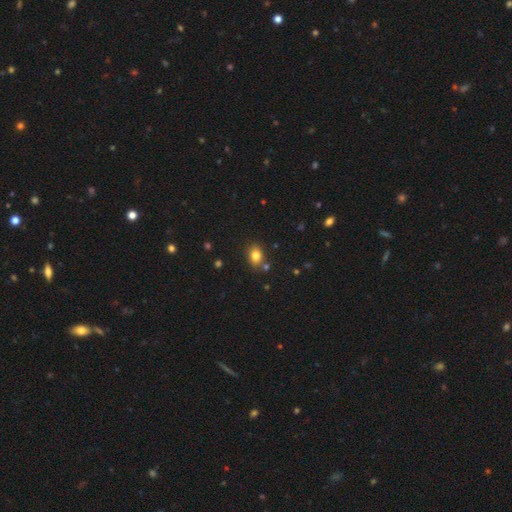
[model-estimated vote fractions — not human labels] smooth 82%, star or artifact 11%, featured or disk 7%. Down the decision tree: how rounded — in between (62%); merging — none (78%).